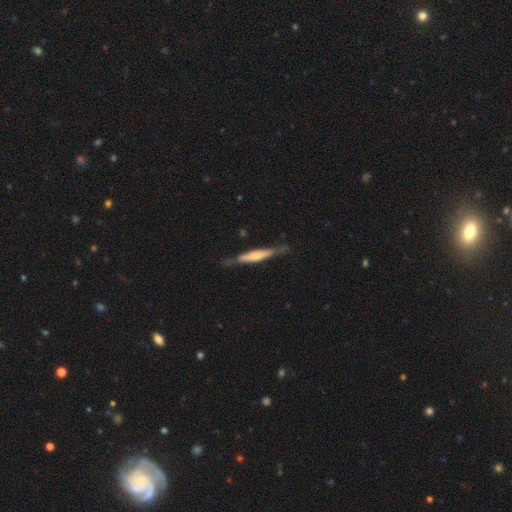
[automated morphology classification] This appears to be a featured or disk galaxy (49%). Merging: none (70%).